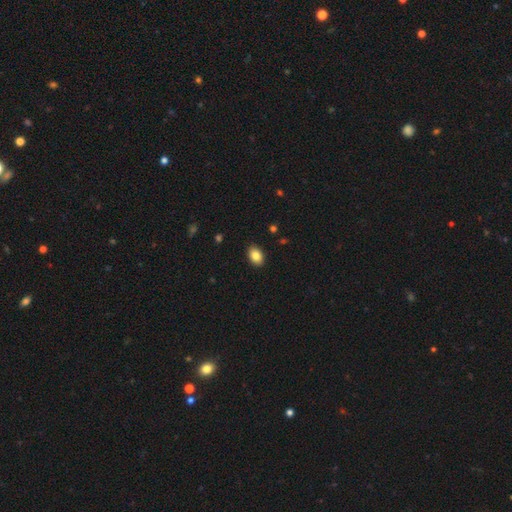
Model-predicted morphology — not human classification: smooth 86%, star or artifact 8%, featured or disk 6%. Down the decision tree: how rounded — in between (84%); merging — none (90%).